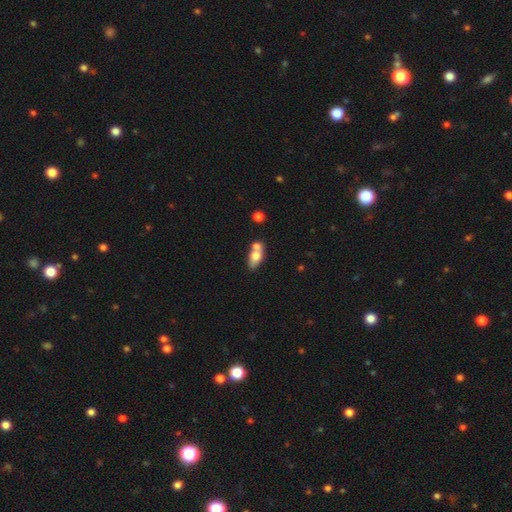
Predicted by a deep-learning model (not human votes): A smooth galaxy with no disk features (68%) that is in between round and cigar-shaped (80%).

Vote fractions:
- Smooth or featured? smooth: 68% / featured or disk: 24% / star or artifact: 8%
- How rounded? in between: 80% / cigar-shaped: 10% / round: 10%
- Merging? merger: 43% / none: 41% / minor disturbance: 12% / major disturbance: 4%